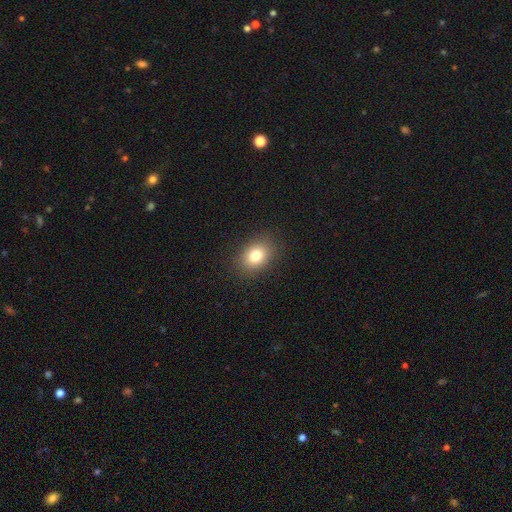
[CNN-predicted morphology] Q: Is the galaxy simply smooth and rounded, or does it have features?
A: smooth — 80%.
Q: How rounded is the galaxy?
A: in between — 66%.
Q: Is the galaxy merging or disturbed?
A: none — 87%.